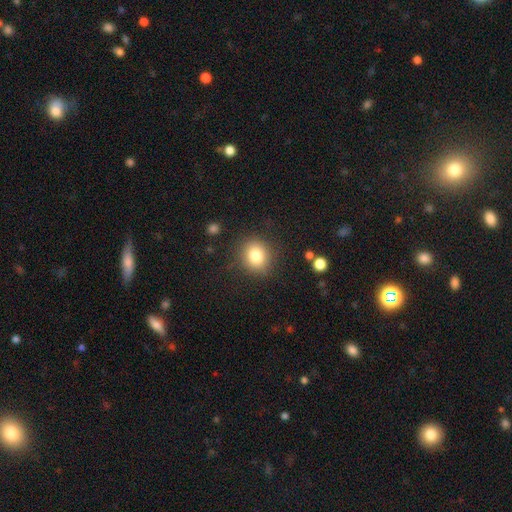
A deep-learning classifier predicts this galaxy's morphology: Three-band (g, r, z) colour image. It shows a smooth galaxy with no disk features (81%) that is round (78%). Merging: none (86%).